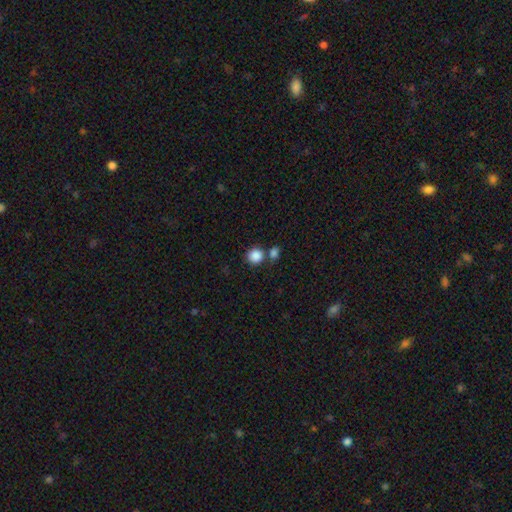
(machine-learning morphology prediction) smooth_or_featured: smooth (p=0.87) [alt: star or artifact p=0.09]
how_rounded: round (p=0.88) [alt: in between p=0.11]
merging: none (p=0.63) [alt: merger p=0.24]